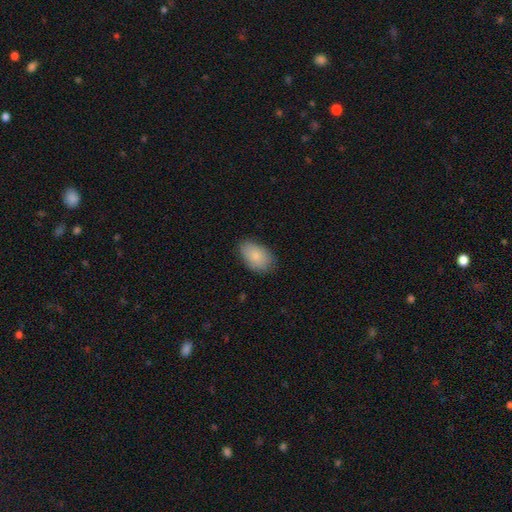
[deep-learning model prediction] This is clearly a smooth galaxy (84%). How rounded: clearly in between (92%). Merging: likely none (78%).